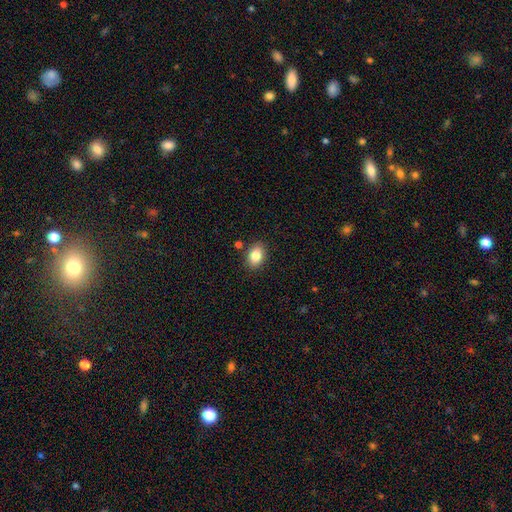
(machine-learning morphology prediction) A smooth galaxy with no disk features (84%) that is in between round and cigar-shaped (79%). Merging: none (85%).